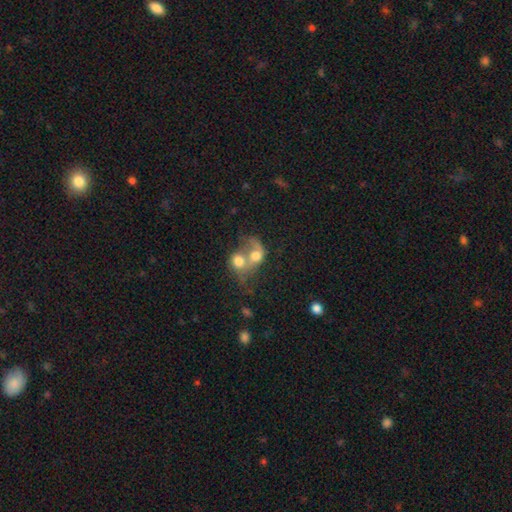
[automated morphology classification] This appears to be a smooth galaxy with no disk features (56%) that is round (56%). Merging: merger (81%).